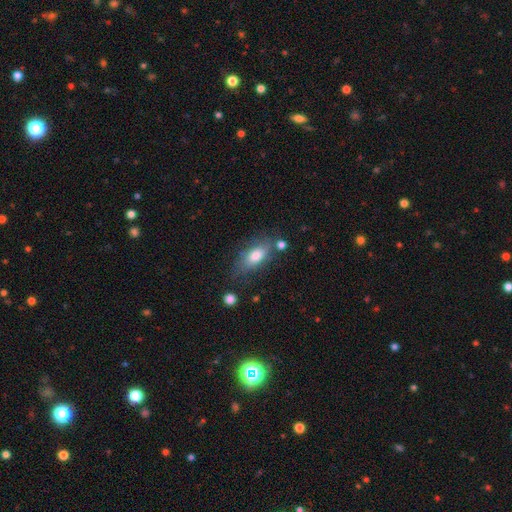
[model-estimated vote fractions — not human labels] Q: Smooth or featured?
A: smooth (72%); runner-up: featured or disk (20%)
Q: How rounded?
A: in between (83%); runner-up: cigar-shaped (12%)
Q: Merging?
A: none (63%); runner-up: minor disturbance (23%)